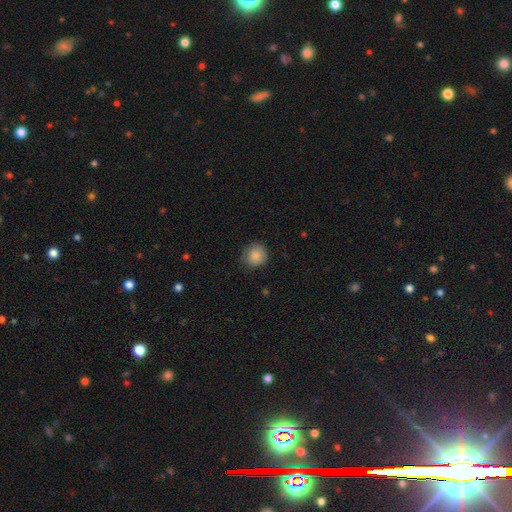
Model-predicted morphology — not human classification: smooth 87%, star or artifact 8%, featured or disk 5%. Down the decision tree: how rounded — round (88%); merging — none (79%).